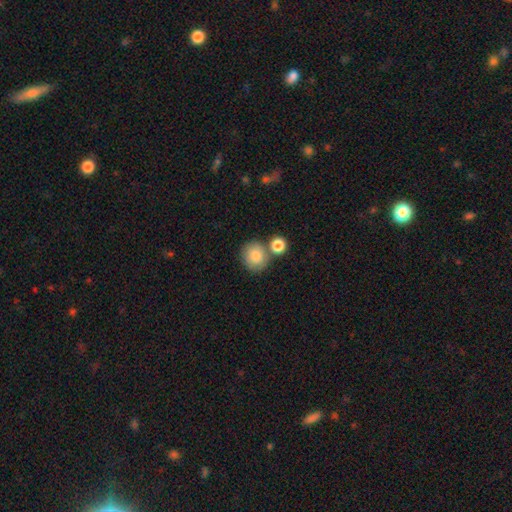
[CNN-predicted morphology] Smooth or featured? smooth (84%)
How rounded? round (85%)
Merging? none (63%)